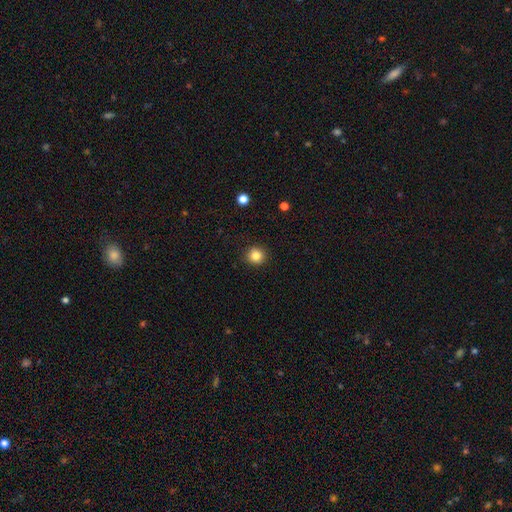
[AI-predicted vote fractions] Morphology: type=smooth (84%); roundness=round (93%); merging=none (92%).